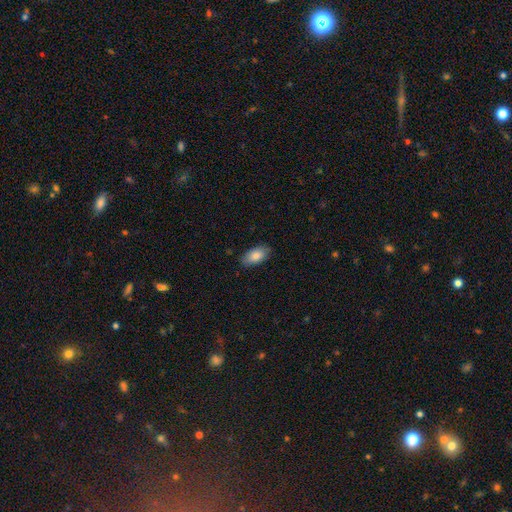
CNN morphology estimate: Smooth or featured: smooth — 83% (featured or disk — 10%)
How rounded: in between — 93% (cigar-shaped — 4%)
Merging: none — 86% (minor disturbance — 11%)